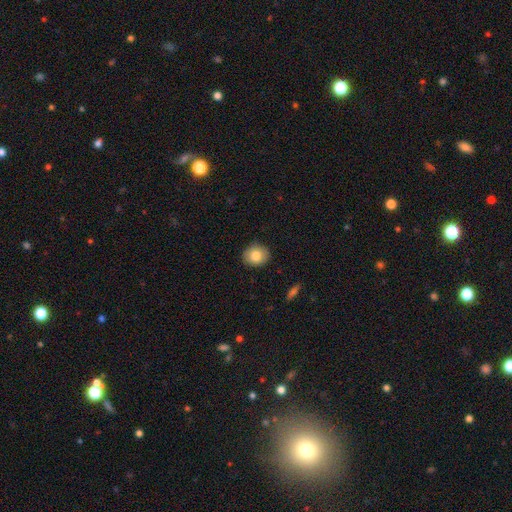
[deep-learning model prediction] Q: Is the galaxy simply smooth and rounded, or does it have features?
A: smooth — 82%.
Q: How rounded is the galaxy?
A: round — 72%.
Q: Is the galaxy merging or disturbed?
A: none — 89%.